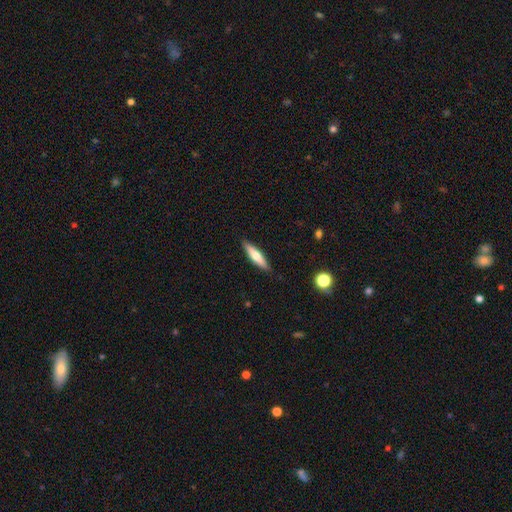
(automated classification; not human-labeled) Smooth or featured? smooth (58%)
How rounded? cigar-shaped (79%)
Merging? none (88%)